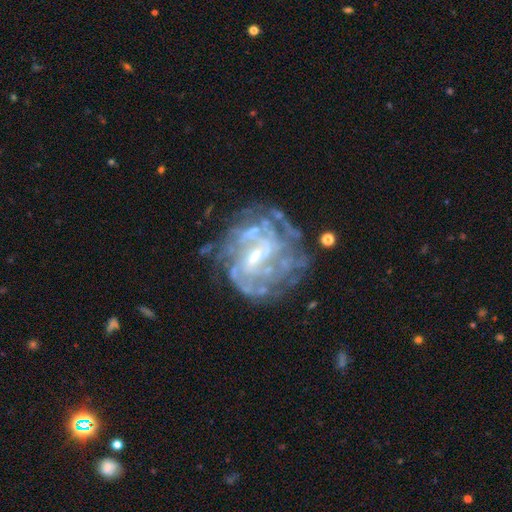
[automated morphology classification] This is clearly a featured or disk galaxy (84%). It is clearly not viewed edge-on (97%). Bar: possibly weak (51%). Spiral arm pattern: clearly yes (82%). Spiral arm count: possibly can't tell (48%). Spiral winding: possibly tight (60%). Central bulge: possibly small (57%). Merging: likely none (62%).